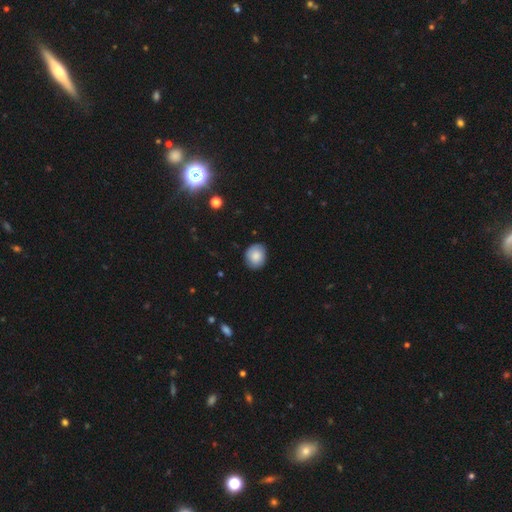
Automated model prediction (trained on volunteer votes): The model was most divided on "how rounded": round: 65%, in between: 34%, cigar-shaped: 1%. More confident: merging — none (82%); smooth or featured — smooth (81%).